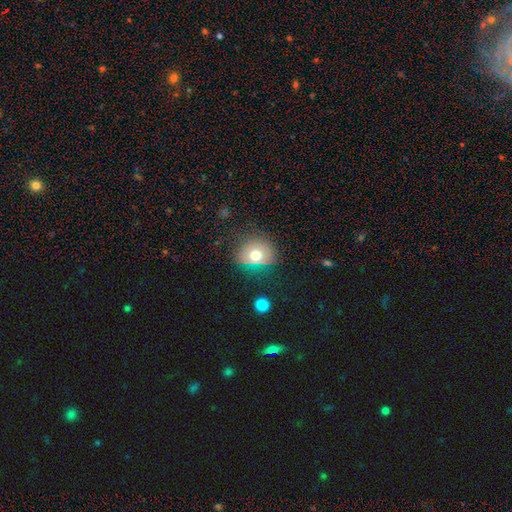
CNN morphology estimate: This appears to be a smooth galaxy with no disk features (69%) that is round (75%). Merging: none (77%).